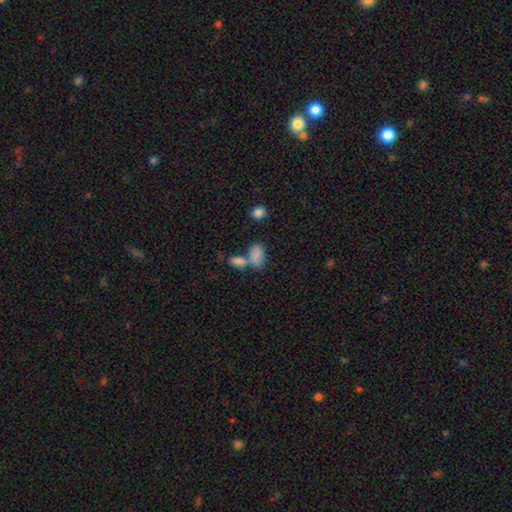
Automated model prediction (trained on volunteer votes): This is clearly a smooth galaxy (85%). How rounded: clearly in between (92%). Merging: marginally merger (44%).